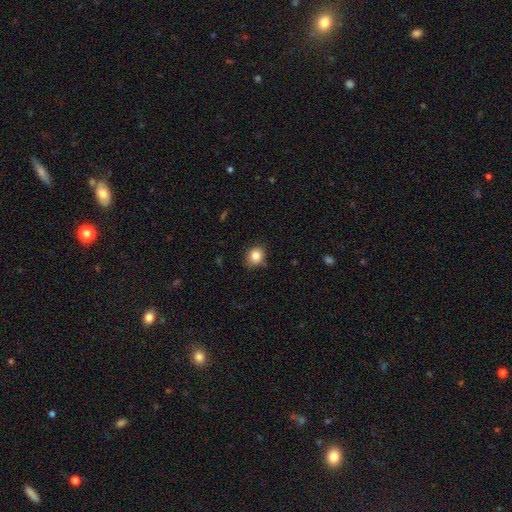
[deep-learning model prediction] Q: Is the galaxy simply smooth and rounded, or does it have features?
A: smooth — 84%.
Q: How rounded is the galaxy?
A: round — 69%.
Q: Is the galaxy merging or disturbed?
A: none — 81%.